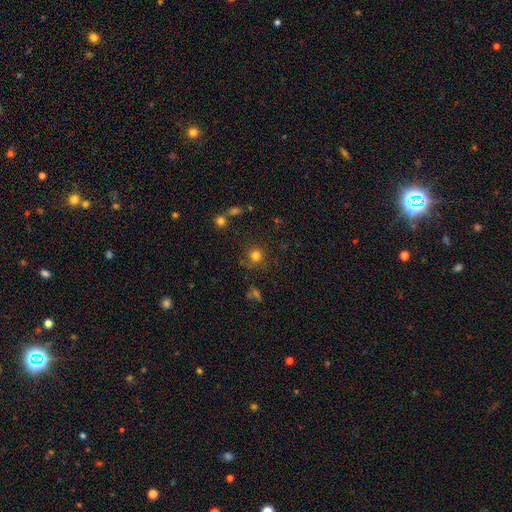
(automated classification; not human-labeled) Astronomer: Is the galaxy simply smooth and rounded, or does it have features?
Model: smooth — 77%.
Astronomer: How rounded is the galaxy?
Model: round — 91%.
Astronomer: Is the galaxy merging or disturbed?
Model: none — 78%.